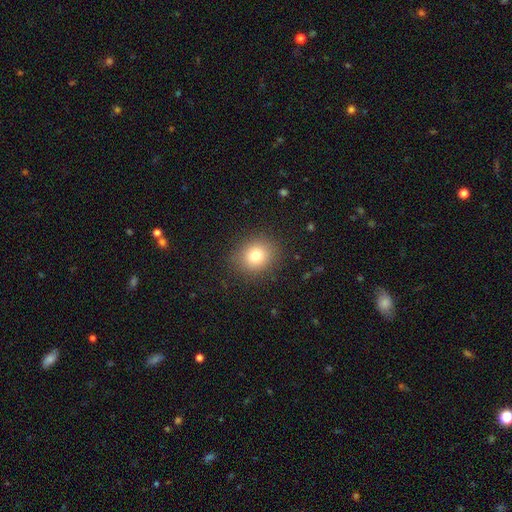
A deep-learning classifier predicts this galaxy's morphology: This is likely a smooth galaxy (80%). How rounded: likely round (77%). Merging: clearly none (88%).